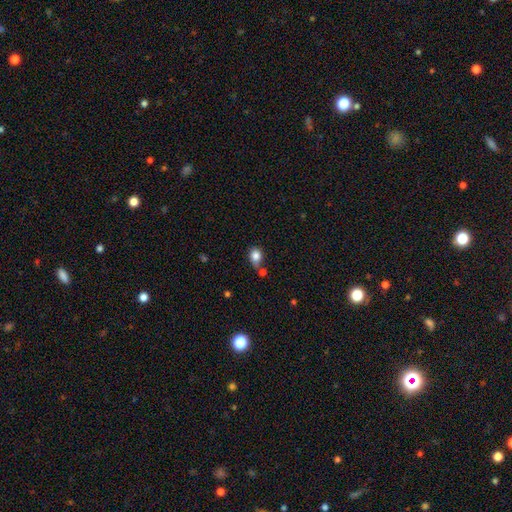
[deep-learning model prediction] Smooth or featured?
  - smooth: 83% *
  - star or artifact: 9%
  - featured or disk: 8%
How rounded?
  - in between: 50% *
  - round: 48%
  - cigar-shaped: 1%
Merging?
  - none: 49% *
  - minor disturbance: 23%
  - merger: 21%
  - major disturbance: 8%